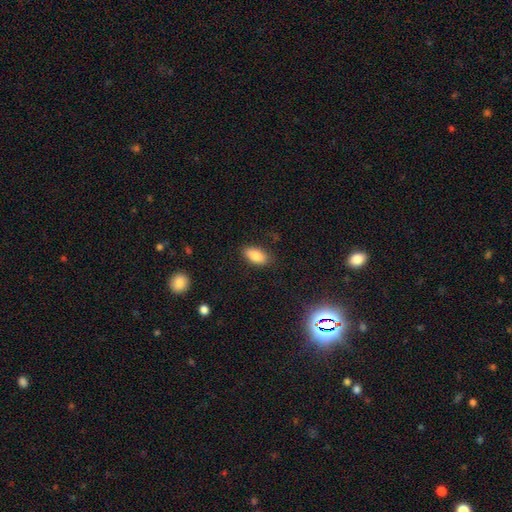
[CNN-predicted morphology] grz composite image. It shows a smooth galaxy with no disk features (84%) that is in between round and cigar-shaped (91%). Merging: none (84%).